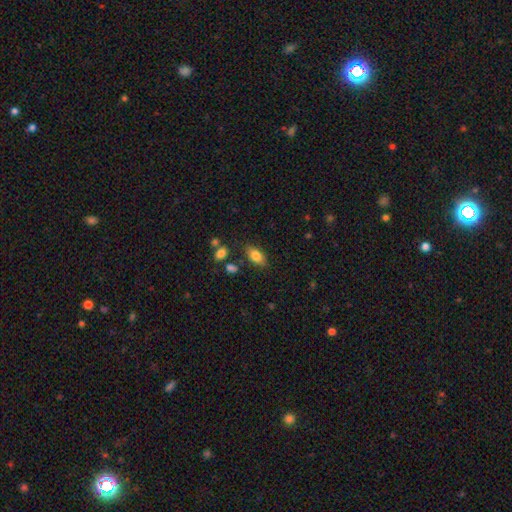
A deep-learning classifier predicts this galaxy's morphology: Smooth or featured? smooth (79%)
How rounded? in between (87%)
Merging? none (79%)